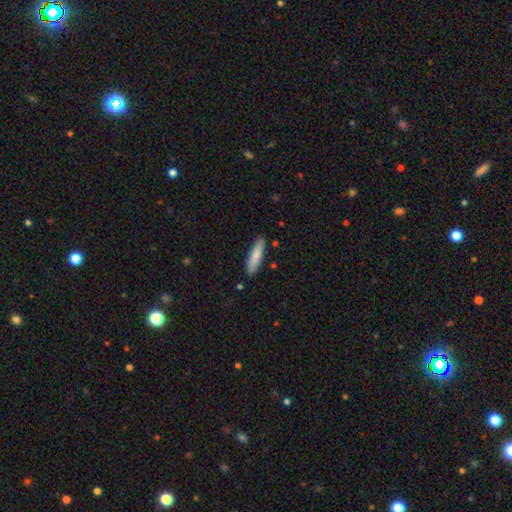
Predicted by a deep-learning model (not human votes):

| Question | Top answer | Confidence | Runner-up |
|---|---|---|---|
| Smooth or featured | smooth | 81% | featured or disk (13%) |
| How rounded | cigar-shaped | 77% | in between (22%) |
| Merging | none | 86% | minor disturbance (10%) |